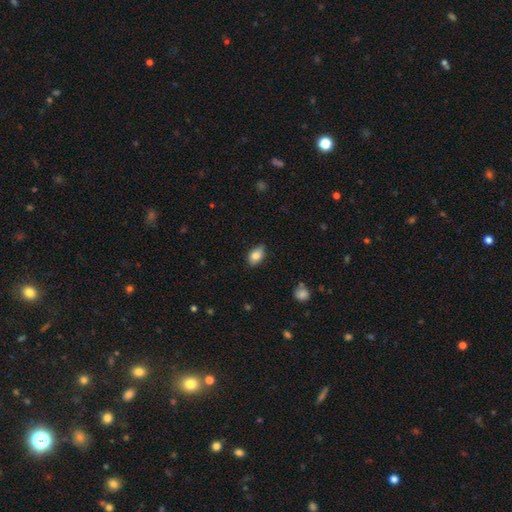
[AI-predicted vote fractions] Smooth or featured?
  - smooth: 81% *
  - featured or disk: 11%
  - star or artifact: 8%
How rounded?
  - in between: 88% *
  - round: 10%
  - cigar-shaped: 3%
Merging?
  - none: 72% *
  - minor disturbance: 23%
  - major disturbance: 3%
  - merger: 1%